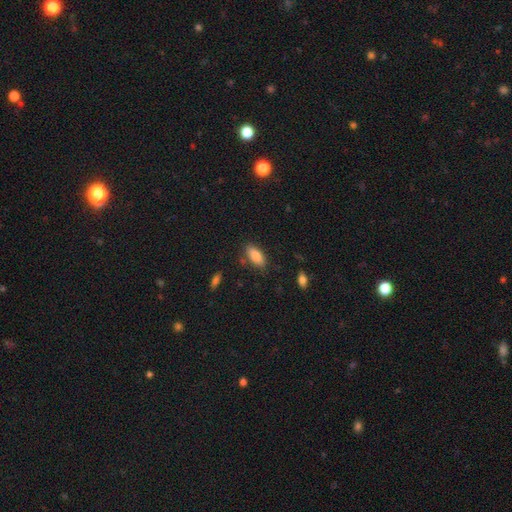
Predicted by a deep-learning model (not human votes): Overall: smooth (84%). How rounded: in between (85%). Merging: none (80%).